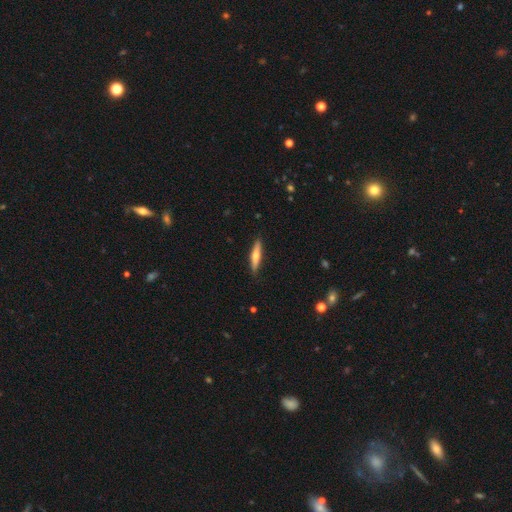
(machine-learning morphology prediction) Smooth or featured?
  - smooth: 49% *
  - featured or disk: 45%
  - star or artifact: 6%
Merging?
  - none: 89% *
  - minor disturbance: 8%
  - major disturbance: 2%
  - merger: 1%